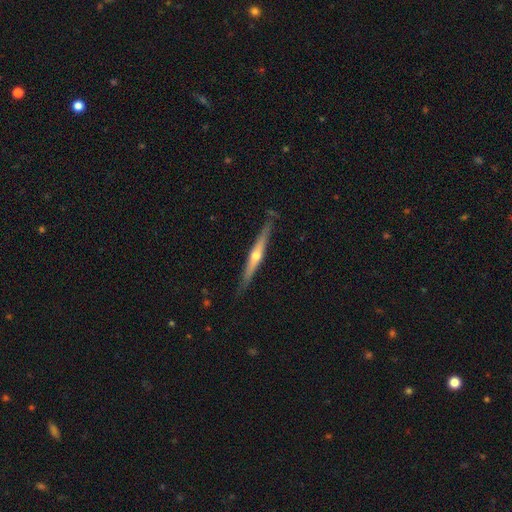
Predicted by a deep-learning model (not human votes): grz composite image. It shows a featured or disk galaxy (68%) viewed edge-on (96%) with a rounded central bulge (87%). Merging: none (85%).